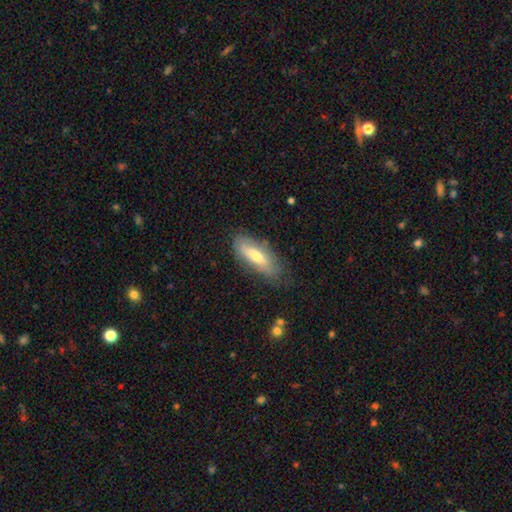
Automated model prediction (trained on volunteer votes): Smooth or featured? smooth (55%)
How rounded? in between (65%)
Merging? none (71%)